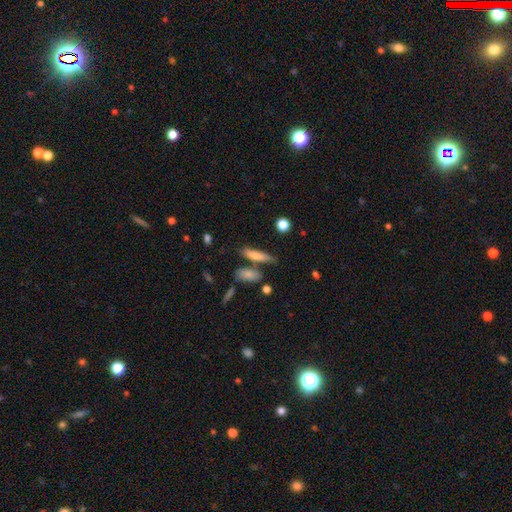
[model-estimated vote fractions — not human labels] A smooth galaxy with no disk features (68%) that is cigar-shaped (69%). Merging: none (62%).